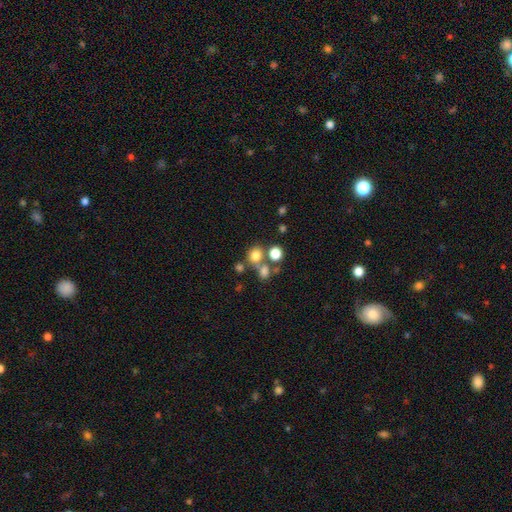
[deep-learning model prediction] Smooth or featured?
  - smooth: 73% *
  - star or artifact: 16%
  - featured or disk: 11%
How rounded?
  - round: 83% *
  - in between: 16%
  - cigar-shaped: 1%
Merging?
  - none: 60% *
  - merger: 26%
  - minor disturbance: 9%
  - major disturbance: 4%